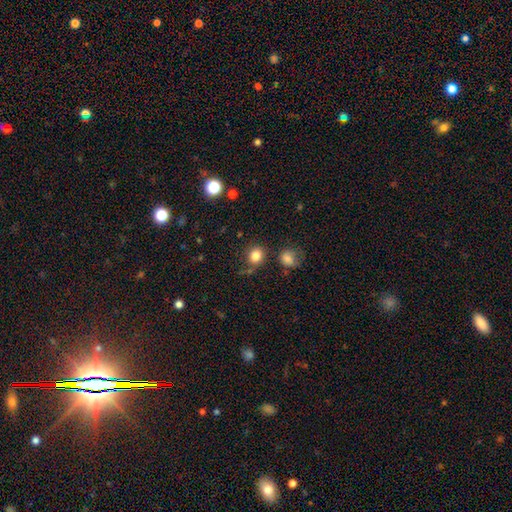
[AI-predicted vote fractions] A smooth galaxy with no disk features (83%) that is round (81%).

Vote fractions:
- Smooth or featured? smooth: 83% / star or artifact: 12% / featured or disk: 6%
- How rounded? round: 81% / in between: 19% / cigar-shaped: 1%
- Merging? none: 73% / minor disturbance: 13% / merger: 9% / major disturbance: 5%